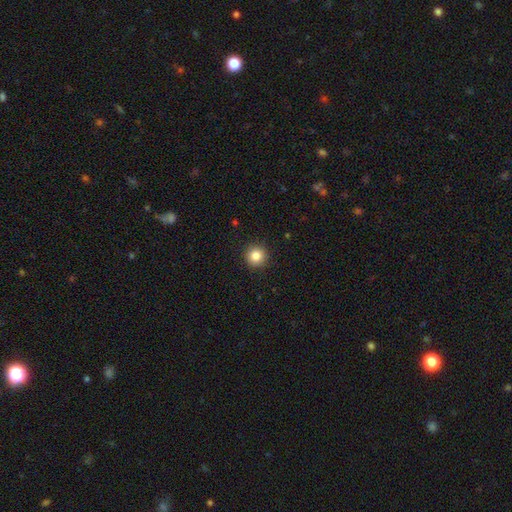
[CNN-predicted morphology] This appears to be a smooth galaxy with no disk features (84%) that is round (95%). Merging: none (92%).